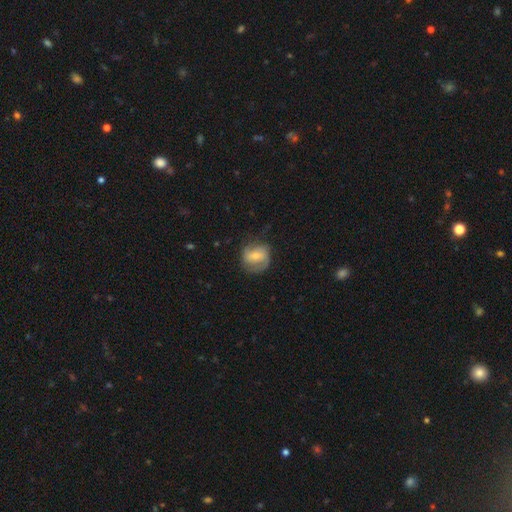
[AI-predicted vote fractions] A featured or disk galaxy (47%).

Vote fractions:
- Smooth or featured? featured or disk: 47% / smooth: 46% / star or artifact: 7%
- Merging? none: 59% / minor disturbance: 25% / major disturbance: 15% / merger: 1%